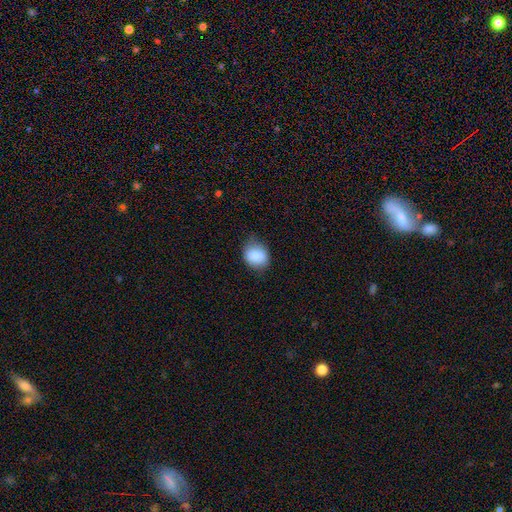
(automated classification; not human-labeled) Smooth or featured? smooth (86%)
How rounded? round (52%)
Merging? none (67%)